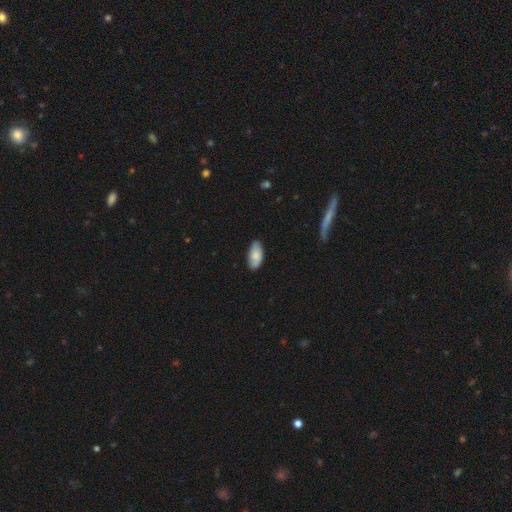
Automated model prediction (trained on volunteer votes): A smooth galaxy with no disk features (77%) that is in between round and cigar-shaped (92%).

Vote fractions:
- Smooth or featured? smooth: 77% / featured or disk: 17% / star or artifact: 6%
- How rounded? in between: 92% / cigar-shaped: 5% / round: 2%
- Merging? none: 80% / minor disturbance: 16% / major disturbance: 2% / merger: 1%